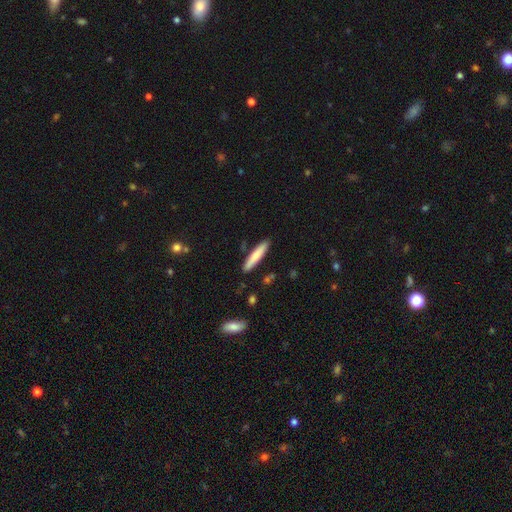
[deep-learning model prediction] smooth_or_featured: smooth (p=0.76) [alt: featured or disk p=0.19]
how_rounded: cigar-shaped (p=0.89) [alt: in between p=0.10]
merging: none (p=0.87) [alt: minor disturbance p=0.09]